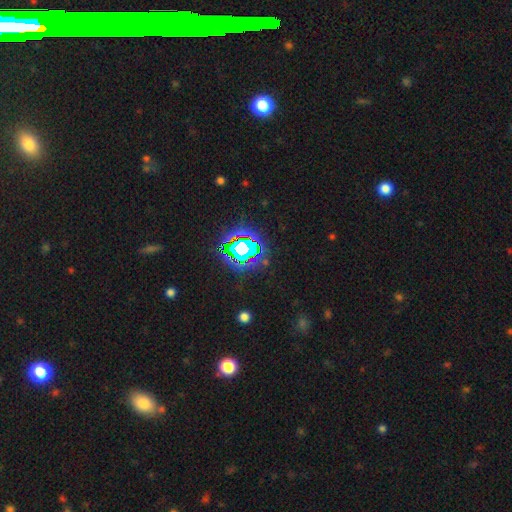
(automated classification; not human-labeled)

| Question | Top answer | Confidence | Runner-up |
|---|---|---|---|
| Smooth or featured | star or artifact | 73% | smooth (14%) |